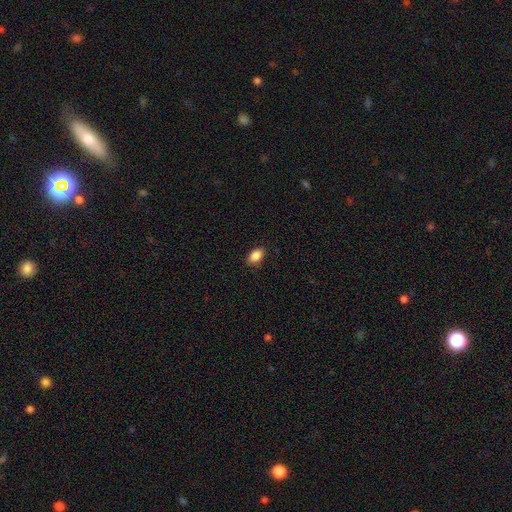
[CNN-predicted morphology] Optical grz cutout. It shows a smooth galaxy with no disk features (88%) that is in between round and cigar-shaped (85%). Merging: none (85%).